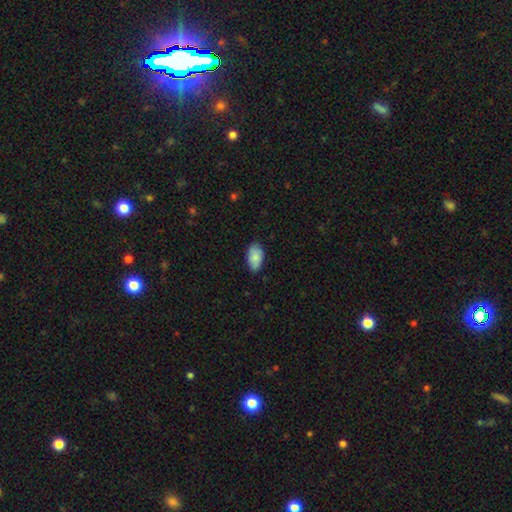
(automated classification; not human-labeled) smooth-or-featured: smooth: 84% | featured or disk: 10% | star or artifact: 6%
  how-rounded: in between: 94% | round: 4% | cigar-shaped: 2%
  merging: none: 78% | minor disturbance: 18% | major disturbance: 3% | merger: 1%